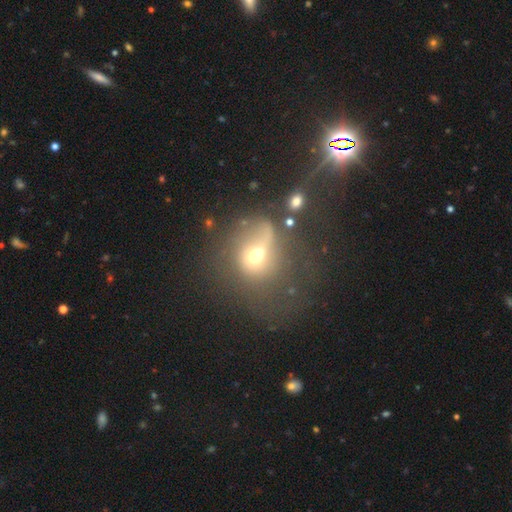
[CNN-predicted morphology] smooth-or-featured: smooth: 51% | featured or disk: 32% | star or artifact: 17%
  how-rounded: round: 68% | in between: 31% | cigar-shaped: 1%
  merging: major disturbance: 33% | none: 31% | merger: 20% | minor disturbance: 17%